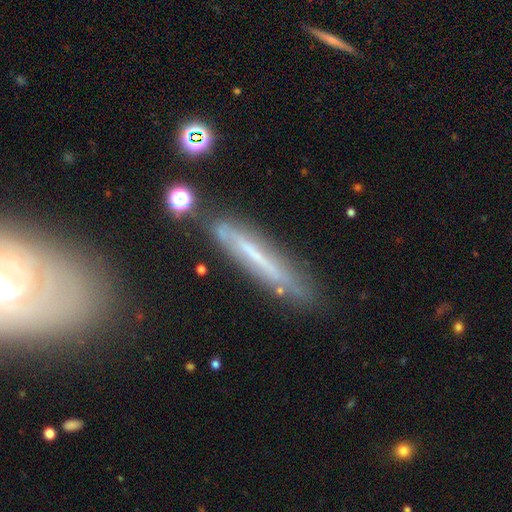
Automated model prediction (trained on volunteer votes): featured or disk 52%, smooth 38%, star or artifact 10%. Down the decision tree: edge-on disk — yes (79%); merging — none (74%).